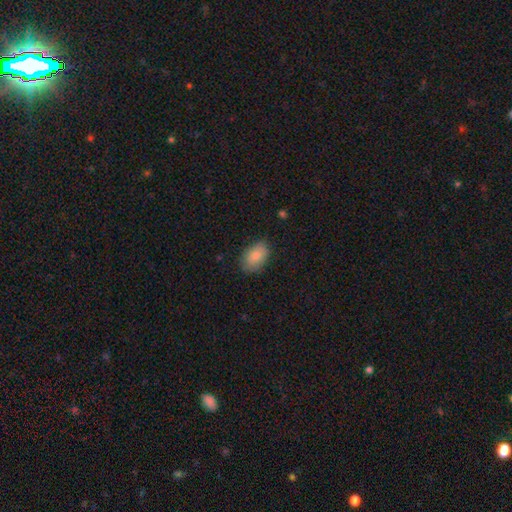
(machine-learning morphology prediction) Smooth or featured? Predicted: smooth (p=0.86). How rounded? Predicted: in between (p=0.91). Merging? Predicted: none (p=0.81).